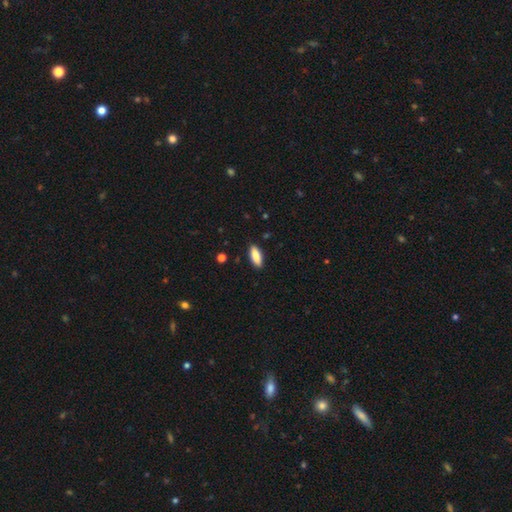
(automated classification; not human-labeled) A smooth galaxy with no disk features (87%) that is in between round and cigar-shaped (68%). Merging: none (88%).